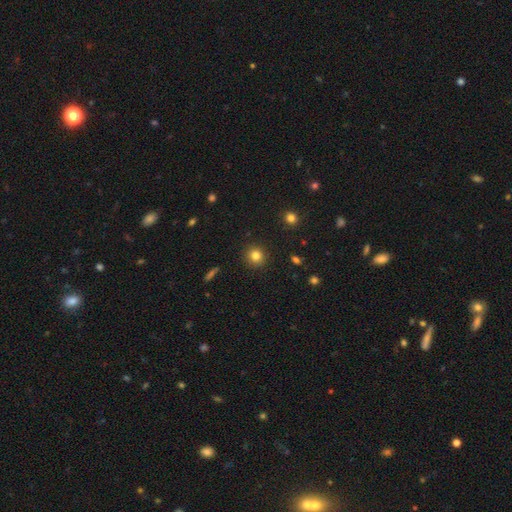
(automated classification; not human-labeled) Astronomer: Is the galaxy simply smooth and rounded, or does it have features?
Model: smooth — 81%.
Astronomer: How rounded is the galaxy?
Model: round — 91%.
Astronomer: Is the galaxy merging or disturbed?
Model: none — 91%.